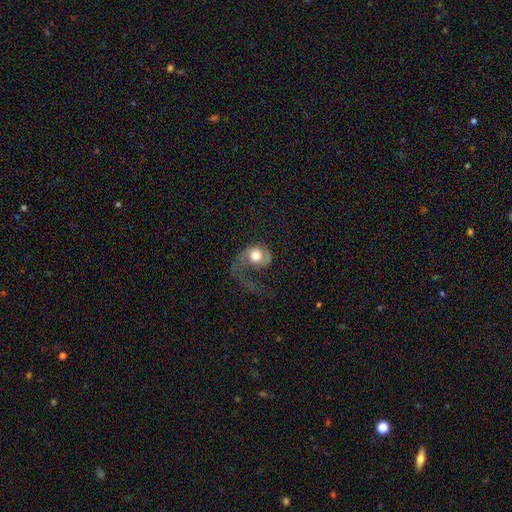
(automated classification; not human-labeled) Overall: featured or disk (55%; smooth 38%). Edge-on disk: no (97%). Bar: no (78%). Spiral arms: yes (82%). Bulge size: moderate (56%; large 31%). Merging: major disturbance (59%; none 24%).